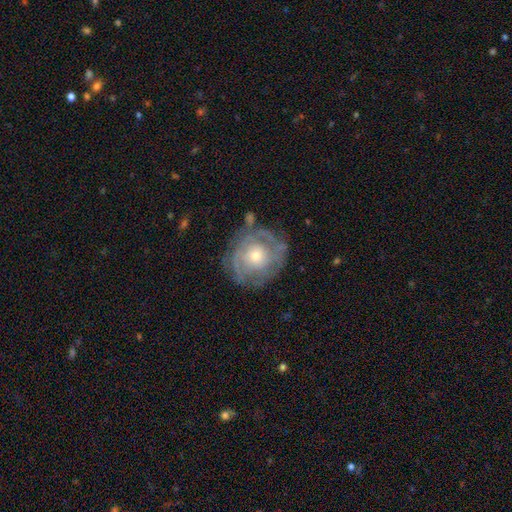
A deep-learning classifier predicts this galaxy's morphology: A featured or disk galaxy (69%) with no bar (84%), spiral arms (65%) and a small central bulge (48%). Merging: none (69%).